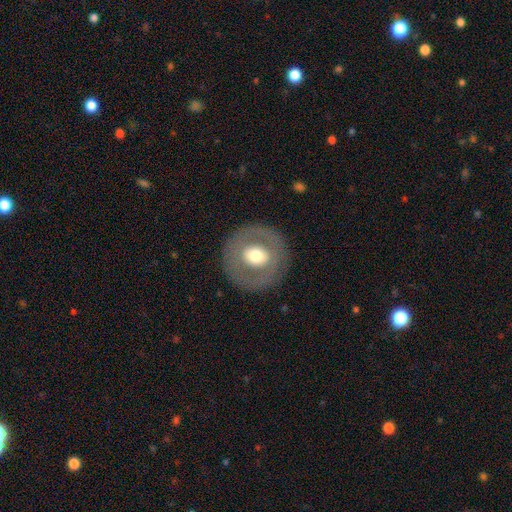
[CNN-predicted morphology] This appears to be a smooth galaxy with no disk features (48%). Merging: none (85%).